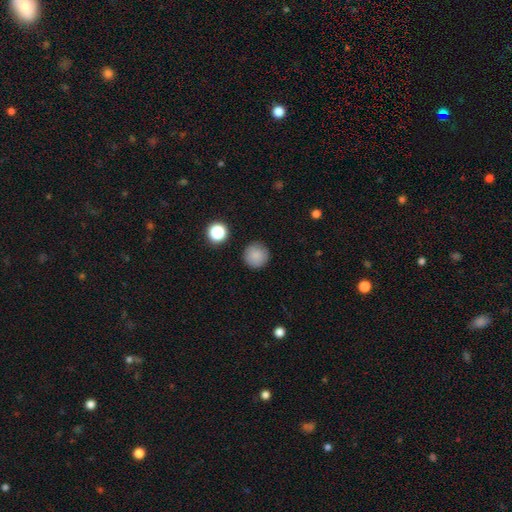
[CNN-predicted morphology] This appears to be a smooth galaxy with no disk features (85%) that is round (95%). Merging: none (89%).